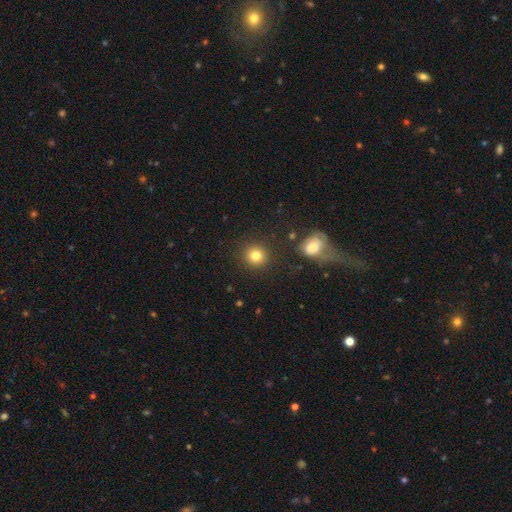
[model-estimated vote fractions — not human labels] Smooth or featured? Predicted: smooth (p=0.82). How rounded? Predicted: round (p=0.91). Merging? Predicted: none (p=0.88).